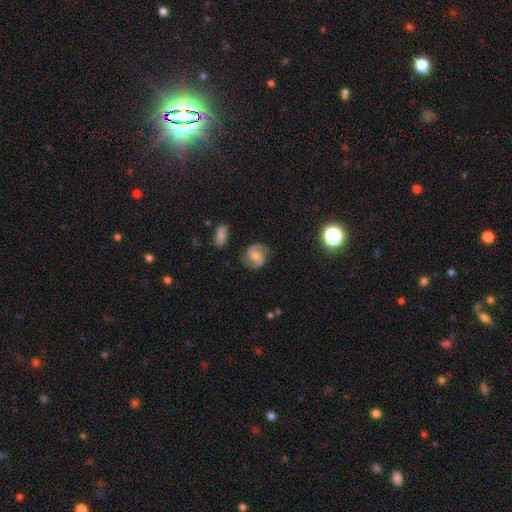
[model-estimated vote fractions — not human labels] A featured or disk galaxy (67%) with no bar (48%), 2 (87%) medium (49%) spiral arms (93%) and a small central bulge (43%). Merging: none (75%).